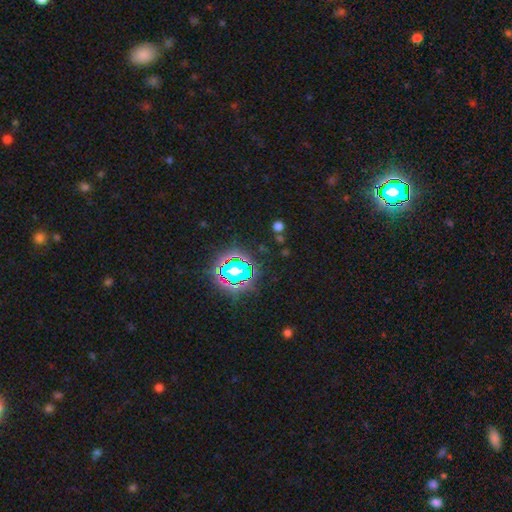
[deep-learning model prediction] star or artifact 80%, smooth 13%, featured or disk 7%.